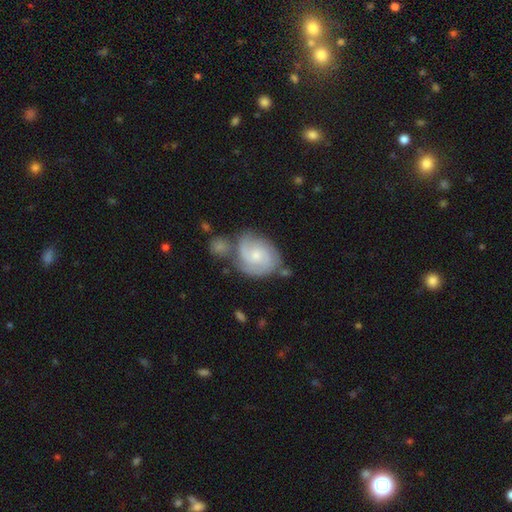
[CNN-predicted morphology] featured or disk 75%, smooth 20%, star or artifact 6%. Down the decision tree: edge-on disk — no (98%); bar — no (66%); spiral arms — yes (94%); spiral arm count — 2 (45%); spiral winding — tight (49%); bulge size — small (55%); merging — none (53%).